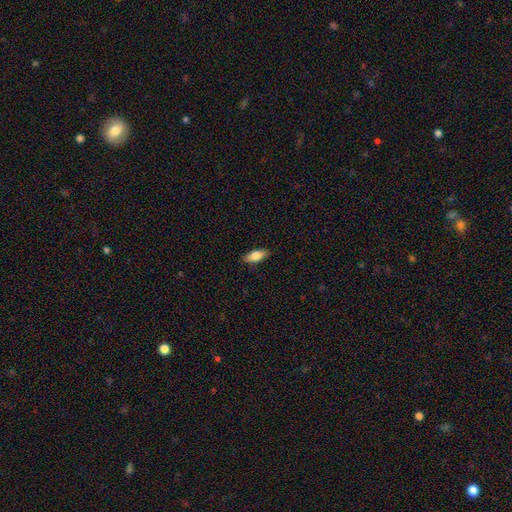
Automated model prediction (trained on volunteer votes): The model was most divided on "how rounded": in between: 80%, cigar-shaped: 17%, round: 3%. More confident: merging — none (87%); smooth or featured — smooth (79%).